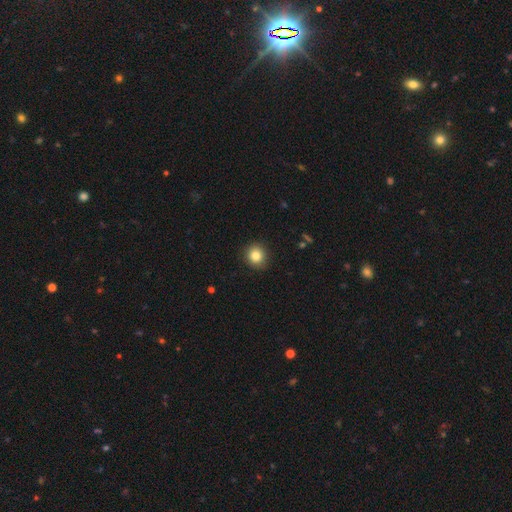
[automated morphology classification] type=smooth (83%); roundness=round (90%); merging=none (91%).